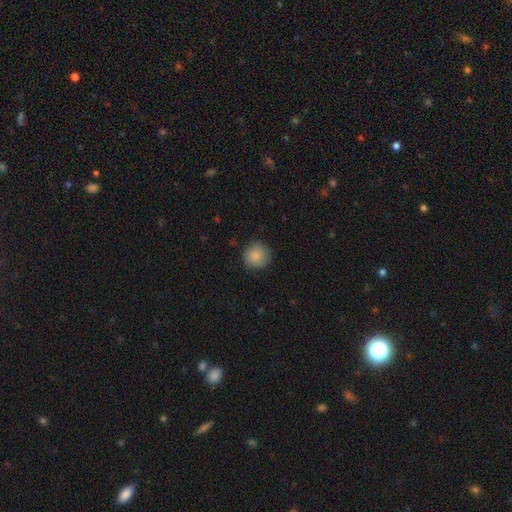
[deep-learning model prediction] Morphology: type=smooth (88%); roundness=round (93%); merging=none (87%).